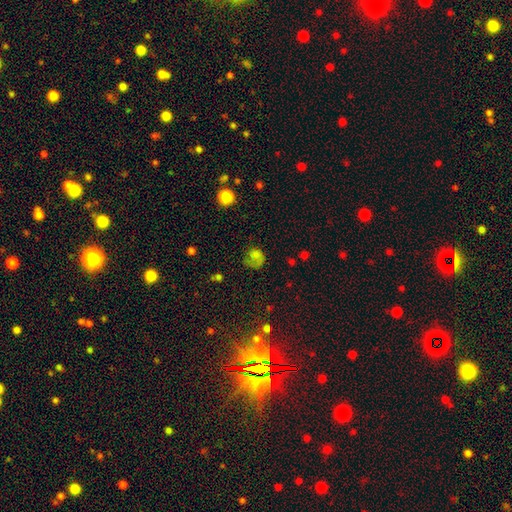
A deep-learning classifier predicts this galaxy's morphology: This appears to be a smooth galaxy with no disk features (62%) that is round (69%). Merging: none (40%).